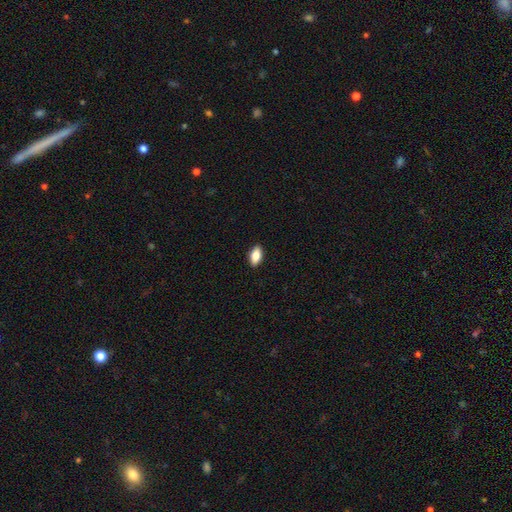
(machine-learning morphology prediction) Smooth or featured: smooth — 82% (featured or disk — 11%)
How rounded: in between — 90% (cigar-shaped — 7%)
Merging: none — 89% (minor disturbance — 8%)